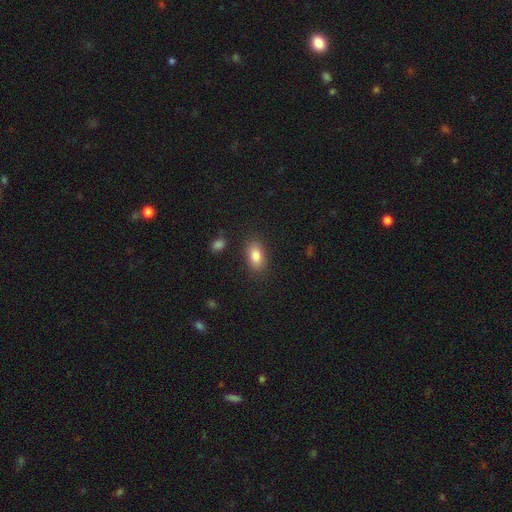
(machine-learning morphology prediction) Overall: smooth (85%). How rounded: in between (89%). Merging: none (84%).